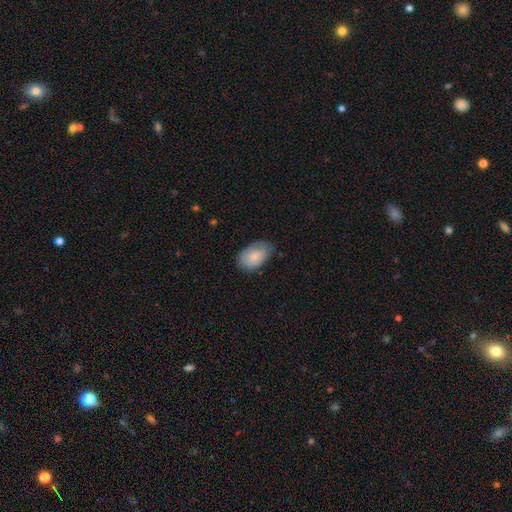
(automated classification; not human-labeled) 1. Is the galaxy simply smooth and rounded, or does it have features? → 81% smooth, 13% featured or disk, 6% star or artifact.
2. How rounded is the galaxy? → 92% in between, 7% round, 1% cigar-shaped.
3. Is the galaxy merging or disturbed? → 66% none, 27% minor disturbance, 6% major disturbance, 1% merger.